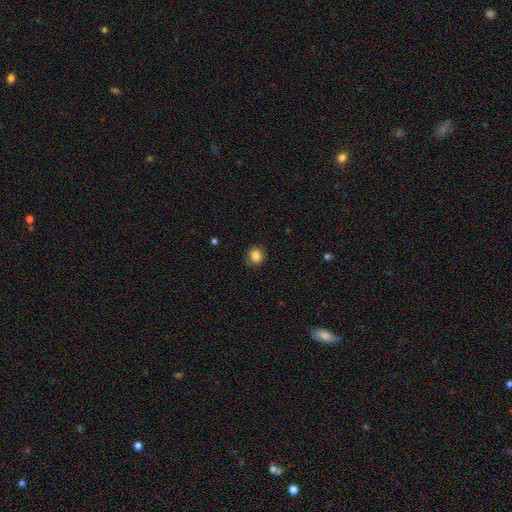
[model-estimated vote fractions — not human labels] Q: Smooth or featured?
A: smooth (85%); runner-up: star or artifact (10%)
Q: How rounded?
A: round (85%); runner-up: in between (14%)
Q: Merging?
A: none (88%); runner-up: minor disturbance (9%)